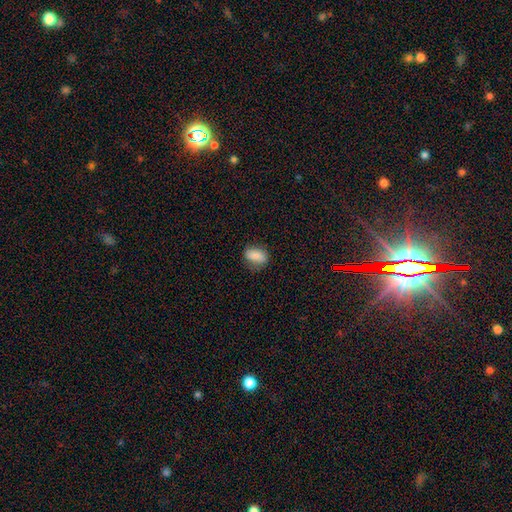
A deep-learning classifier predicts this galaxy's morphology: Smooth or featured?
  - smooth: 85% *
  - star or artifact: 8%
  - featured or disk: 7%
How rounded?
  - in between: 84% *
  - round: 12%
  - cigar-shaped: 4%
Merging?
  - none: 73% *
  - minor disturbance: 20%
  - major disturbance: 5%
  - merger: 1%